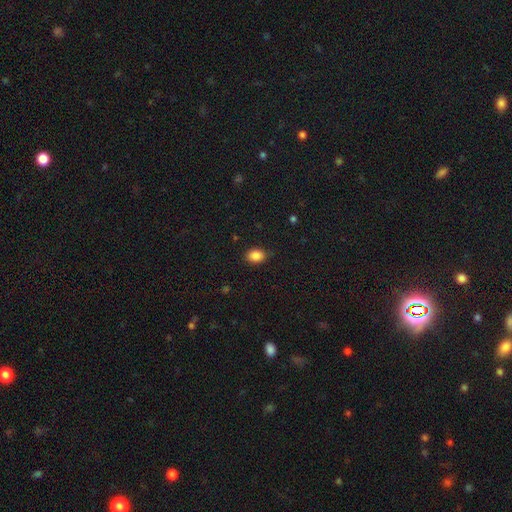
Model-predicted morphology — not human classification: type=smooth (87%); roundness=in between (73%); merging=none (85%).